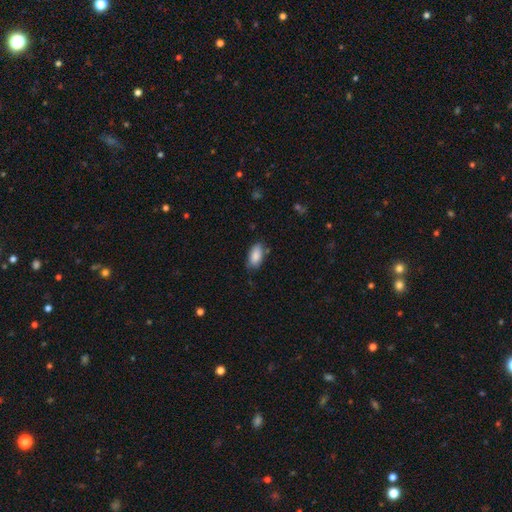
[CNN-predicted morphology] smooth 86%, featured or disk 7%, star or artifact 7%. Down the decision tree: how rounded — in between (92%); merging — none (71%).